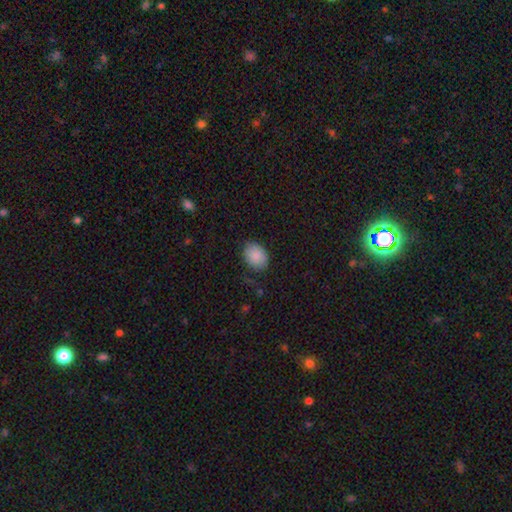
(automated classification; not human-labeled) The model was most divided on "how rounded": in between: 72%, round: 27%, cigar-shaped: 1%. More confident: smooth or featured — smooth (88%); merging — none (81%).